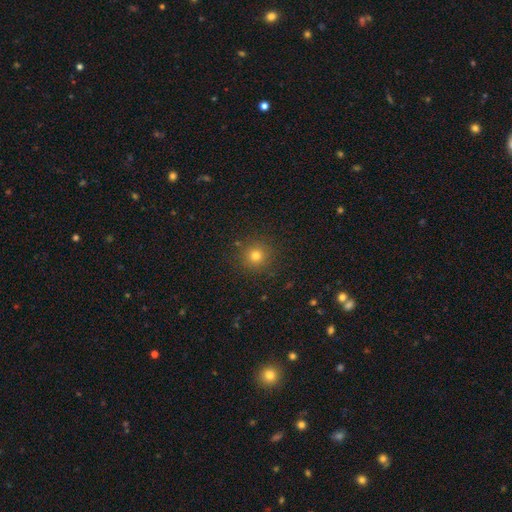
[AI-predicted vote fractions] smooth_or_featured: smooth (p=0.77) [alt: star or artifact p=0.16]
how_rounded: round (p=0.94) [alt: in between p=0.05]
merging: none (p=0.89) [alt: minor disturbance p=0.07]